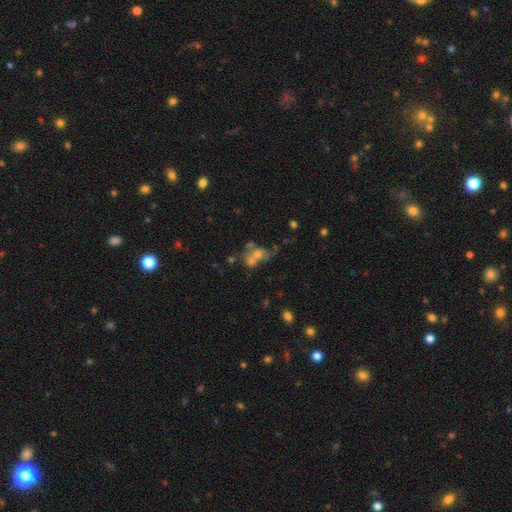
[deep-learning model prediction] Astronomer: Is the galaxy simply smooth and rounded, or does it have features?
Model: smooth — 51% (runner-up: featured or disk, 32%).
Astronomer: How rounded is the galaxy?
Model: round — 49% (runner-up: in between, 48%).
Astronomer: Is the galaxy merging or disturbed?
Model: merger — 55%.